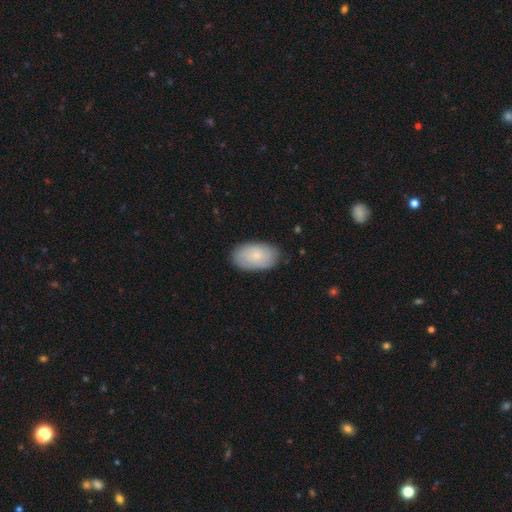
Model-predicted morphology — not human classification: Q: Smooth or featured?
A: smooth (66%); runner-up: featured or disk (28%)
Q: How rounded?
A: in between (94%); runner-up: round (5%)
Q: Merging?
A: none (82%); runner-up: minor disturbance (14%)